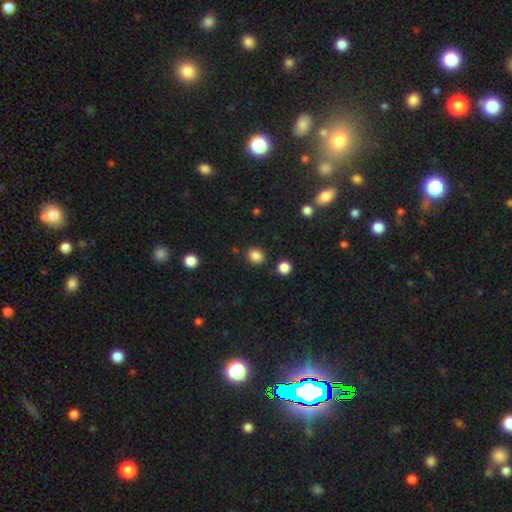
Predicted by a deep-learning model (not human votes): Smooth or featured: smooth — 85% (star or artifact — 11%)
How rounded: round — 69% (in between — 30%)
Merging: none — 85% (minor disturbance — 8%)